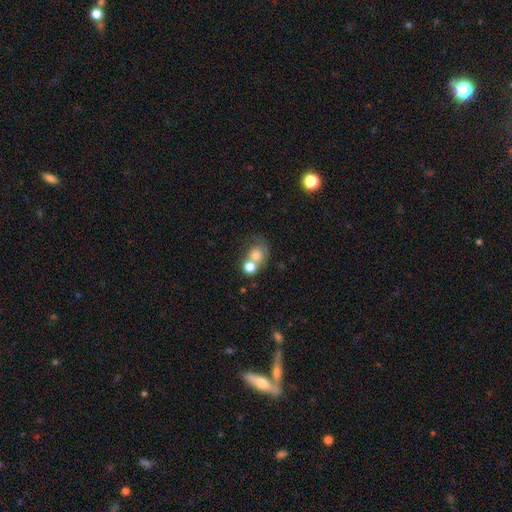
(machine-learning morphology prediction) type=smooth (68%); roundness=round (67%); merging=merger (56%).